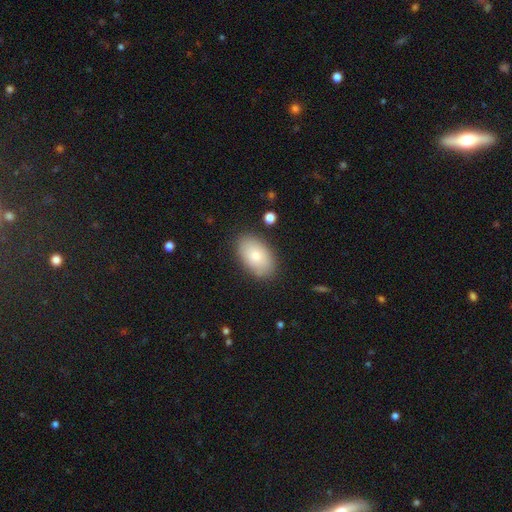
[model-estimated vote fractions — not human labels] A smooth galaxy with no disk features (76%) that is in between round and cigar-shaped (92%). Merging: none (84%).